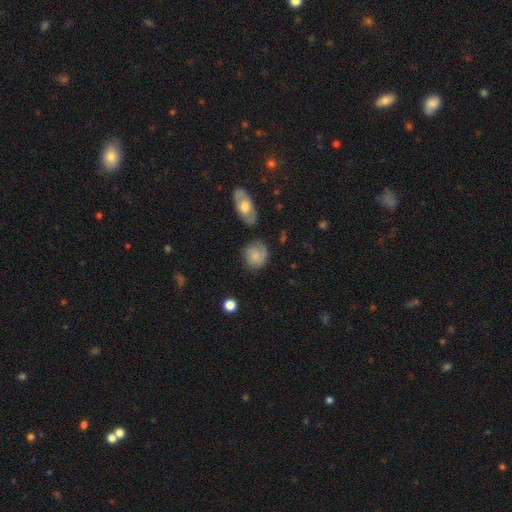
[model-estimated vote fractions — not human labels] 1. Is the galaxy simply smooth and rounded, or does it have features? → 66% smooth, 26% featured or disk, 8% star or artifact.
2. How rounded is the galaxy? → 76% round, 22% in between, 2% cigar-shaped.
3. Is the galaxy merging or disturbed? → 68% none, 21% minor disturbance, 7% major disturbance, 4% merger.